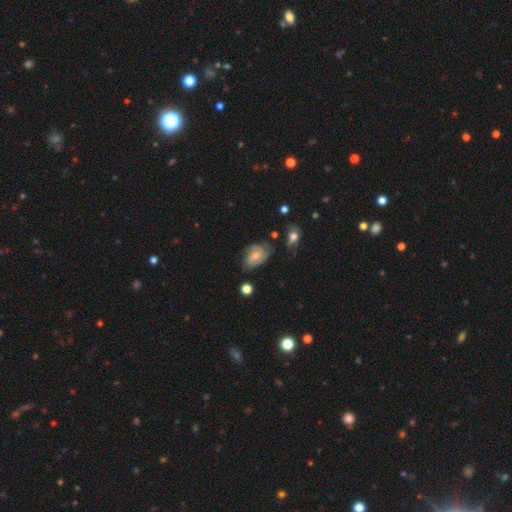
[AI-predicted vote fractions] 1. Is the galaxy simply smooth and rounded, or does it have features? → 50% featured or disk, 41% smooth, 8% star or artifact.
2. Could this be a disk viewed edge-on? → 95% no, 5% yes.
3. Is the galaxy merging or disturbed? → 54% none, 31% minor disturbance, 12% major disturbance, 3% merger.